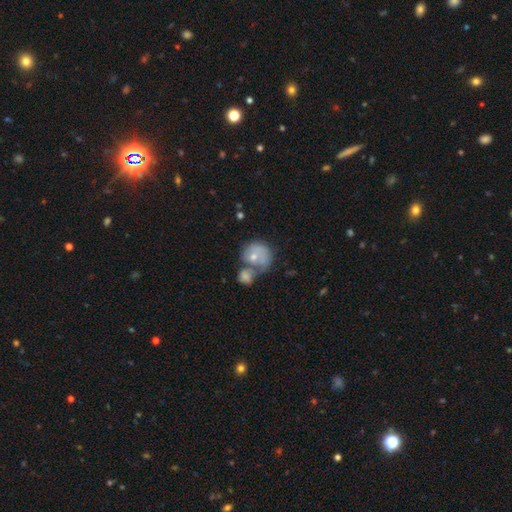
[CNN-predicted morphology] Q: Smooth or featured?
A: smooth (59%); runner-up: featured or disk (33%)
Q: How rounded?
A: round (71%); runner-up: in between (28%)
Q: Merging?
A: merger (53%); runner-up: none (23%)